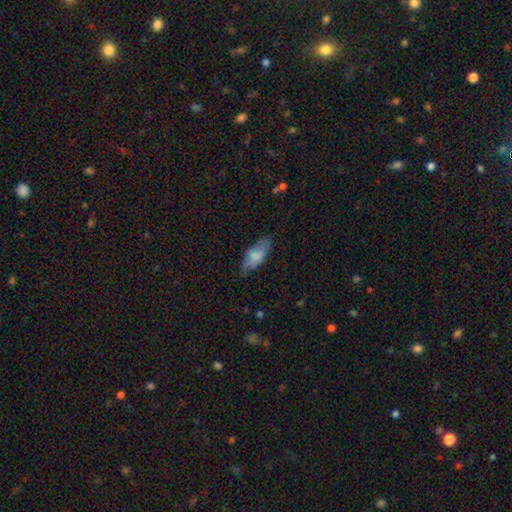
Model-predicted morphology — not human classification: Smooth or featured: smooth — 75% (featured or disk — 19%)
How rounded: in between — 81% (cigar-shaped — 17%)
Merging: none — 66% (minor disturbance — 25%)